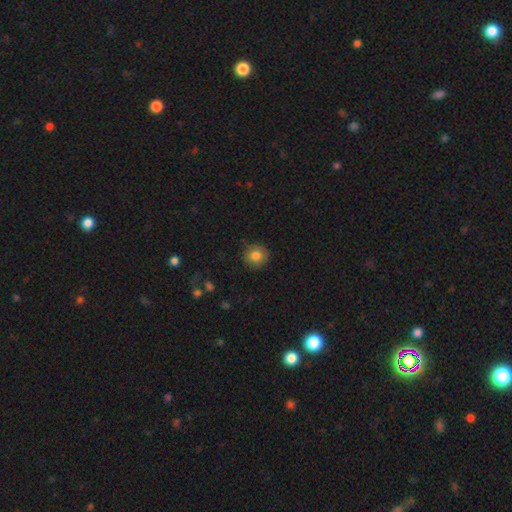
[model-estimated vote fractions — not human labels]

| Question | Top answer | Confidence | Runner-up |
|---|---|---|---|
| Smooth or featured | smooth | 79% | featured or disk (11%) |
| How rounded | round | 90% | in between (9%) |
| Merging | none | 82% | minor disturbance (14%) |